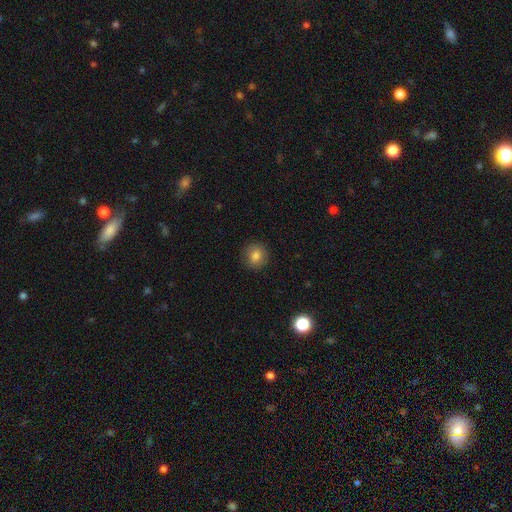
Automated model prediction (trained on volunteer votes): smooth_or_featured: smooth (p=0.81) [alt: star or artifact p=0.10]
how_rounded: round (p=0.86) [alt: in between p=0.13]
merging: none (p=0.89) [alt: minor disturbance p=0.08]